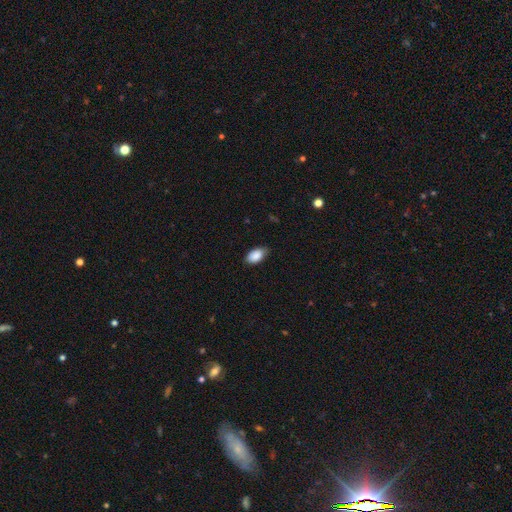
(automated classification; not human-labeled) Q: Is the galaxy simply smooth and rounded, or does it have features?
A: smooth — 89%.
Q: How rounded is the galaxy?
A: in between — 94%.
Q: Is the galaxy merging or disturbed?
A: none — 79%.